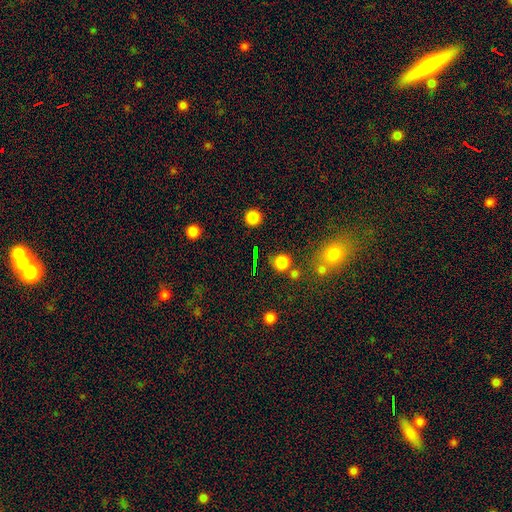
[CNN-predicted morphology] Overall: smooth (59%; star or artifact 32%). How rounded: round (87%). Merging: none (87%).